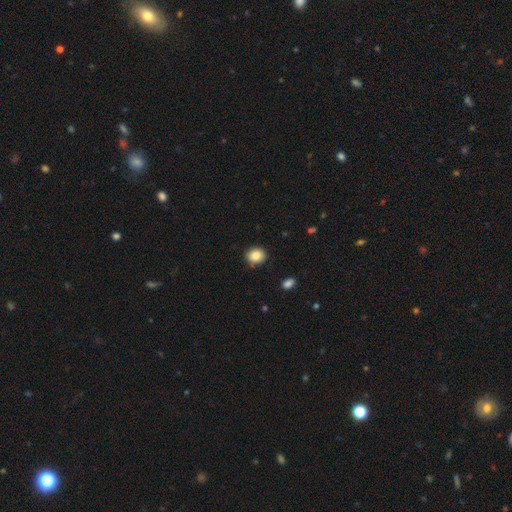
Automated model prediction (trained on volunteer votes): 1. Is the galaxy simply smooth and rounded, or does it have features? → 86% smooth, 9% star or artifact, 5% featured or disk.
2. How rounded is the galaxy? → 68% round, 31% in between, 1% cigar-shaped.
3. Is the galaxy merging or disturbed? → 86% none, 10% minor disturbance, 2% major disturbance, 2% merger.